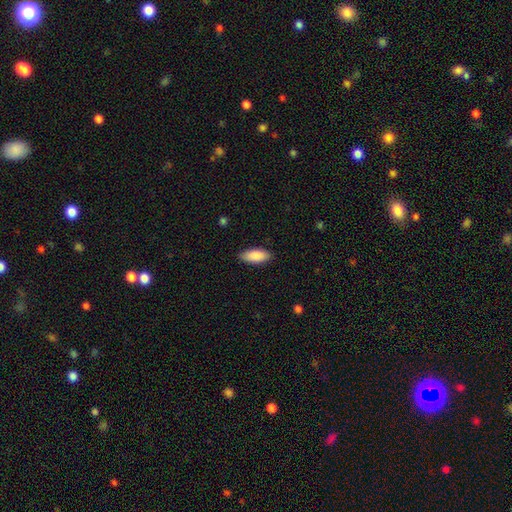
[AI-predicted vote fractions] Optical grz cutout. It shows a smooth galaxy with no disk features (89%) that is in between round and cigar-shaped (86%). Merging: none (86%).